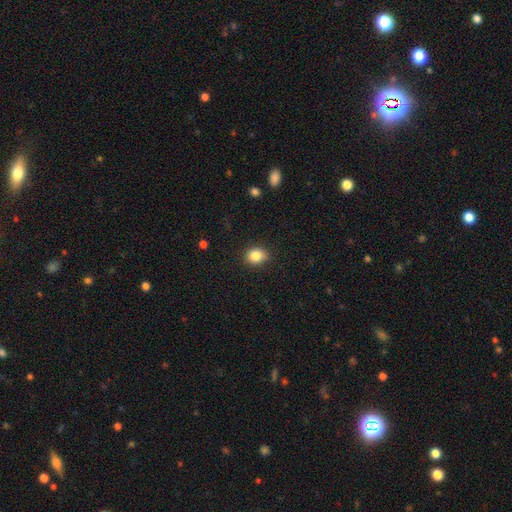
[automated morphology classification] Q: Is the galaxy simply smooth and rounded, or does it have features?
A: smooth — 84%.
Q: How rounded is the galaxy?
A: round — 62%.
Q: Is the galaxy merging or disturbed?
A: none — 85%.